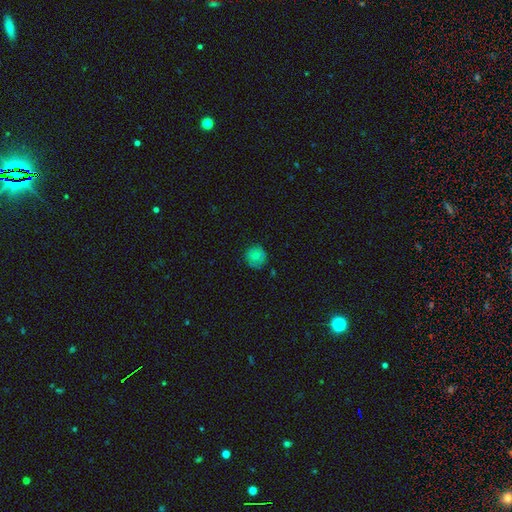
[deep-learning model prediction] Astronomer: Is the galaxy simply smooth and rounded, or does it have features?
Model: smooth — 71%.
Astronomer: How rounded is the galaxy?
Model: round — 92%.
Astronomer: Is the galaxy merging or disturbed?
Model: none — 81%.